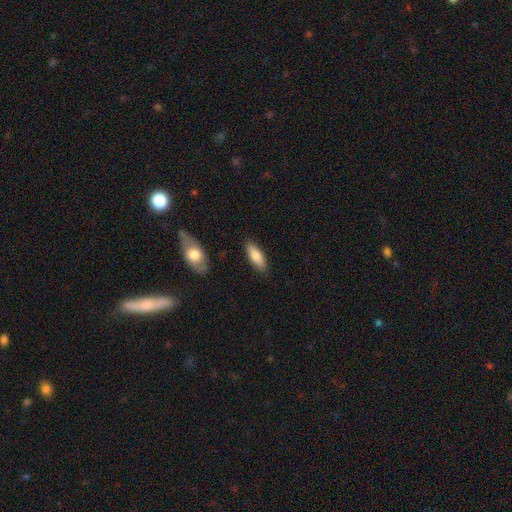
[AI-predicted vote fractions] The model was most divided on "how rounded": in between: 67%, cigar-shaped: 31%, round: 2%. More confident: merging — none (86%); smooth or featured — smooth (80%).